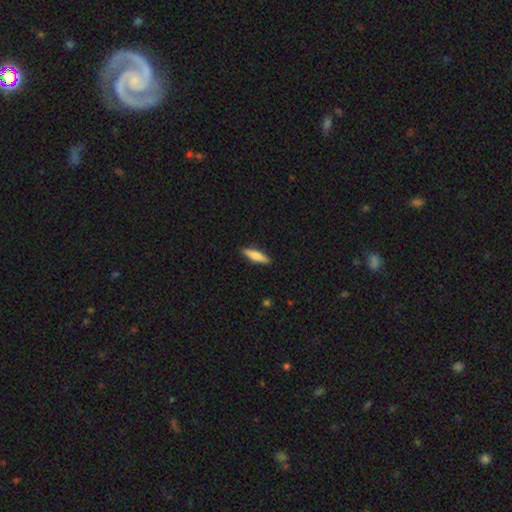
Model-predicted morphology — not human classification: type=smooth (68%); roundness=cigar-shaped (72%); merging=none (90%).